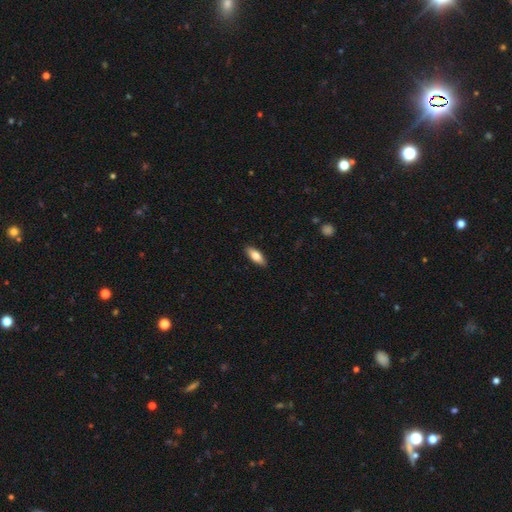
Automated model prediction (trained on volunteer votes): smooth_or_featured: smooth (p=0.74) [alt: featured or disk p=0.19]
how_rounded: in between (p=0.76) [alt: cigar-shaped p=0.22]
merging: none (p=0.89) [alt: minor disturbance p=0.08]